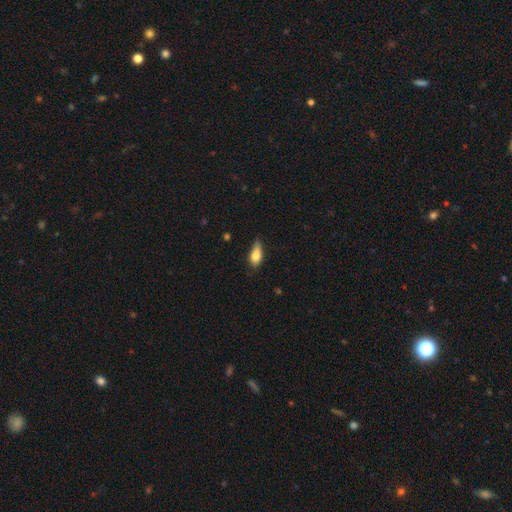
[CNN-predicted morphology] Smooth or featured? smooth (79%)
How rounded? in between (81%)
Merging? none (51%)